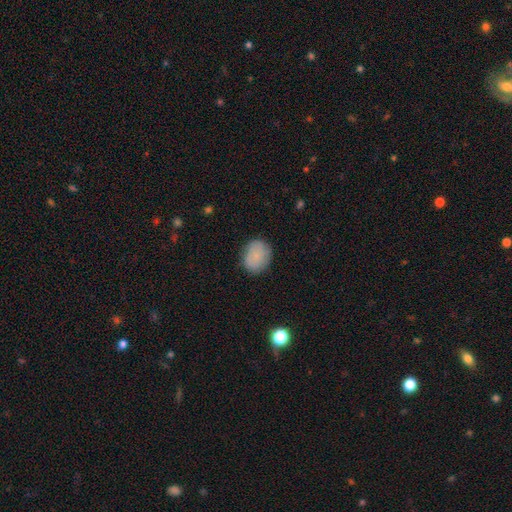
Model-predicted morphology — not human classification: Smooth or featured? Predicted: smooth (p=0.83). How rounded? Predicted: in between (p=0.54). Merging? Predicted: none (p=0.79).